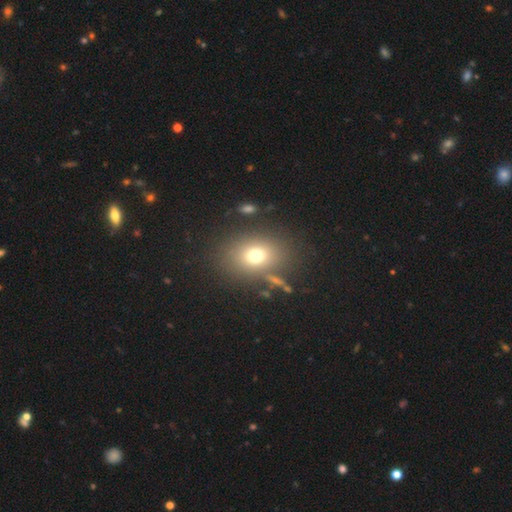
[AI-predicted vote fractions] Smooth or featured?
  - smooth: 72% *
  - star or artifact: 15%
  - featured or disk: 13%
How rounded?
  - in between: 55% *
  - round: 44%
  - cigar-shaped: 1%
Merging?
  - none: 77% *
  - minor disturbance: 10%
  - major disturbance: 6%
  - merger: 6%